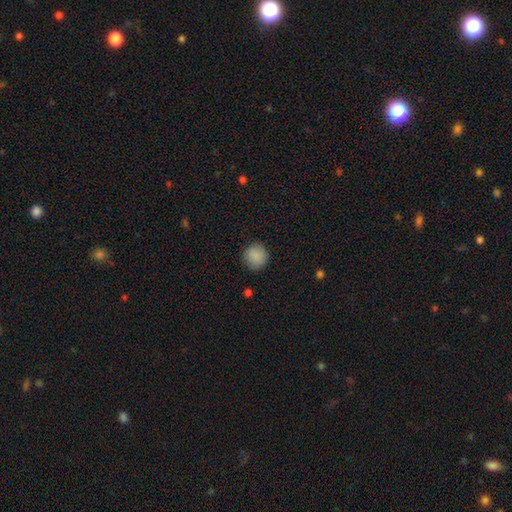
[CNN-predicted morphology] smooth 89%, star or artifact 8%, featured or disk 3%. Down the decision tree: how rounded — round (92%); merging — none (88%).